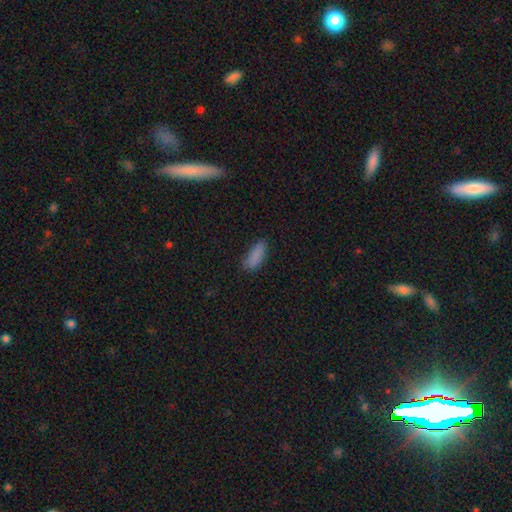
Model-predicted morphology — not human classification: type=smooth (87%); roundness=in between (74%); merging=none (78%).